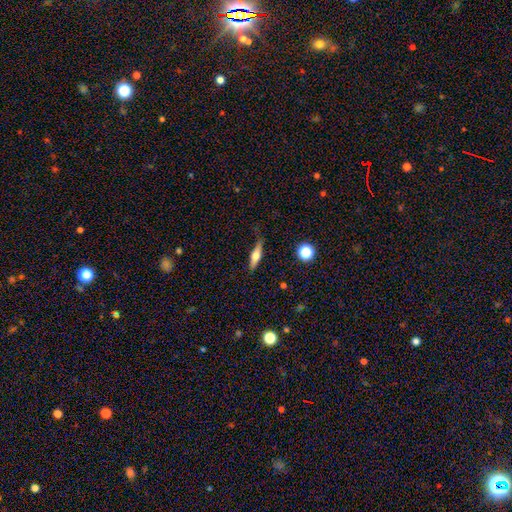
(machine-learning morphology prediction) A smooth galaxy with no disk features (46%, tied with featured or disk). Merging: none (77%).